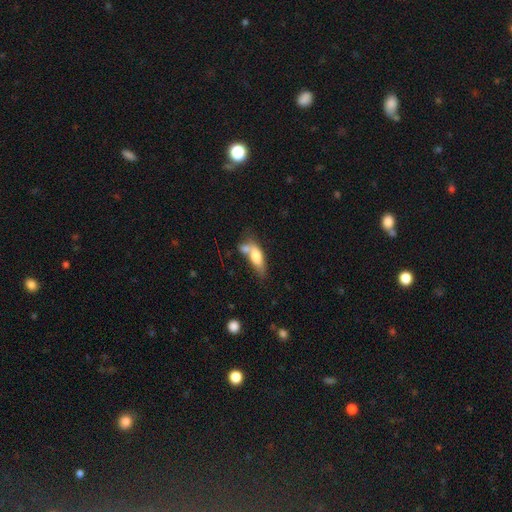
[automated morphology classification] Smooth or featured? smooth (68%)
How rounded? in between (66%)
Merging? merger (43%)